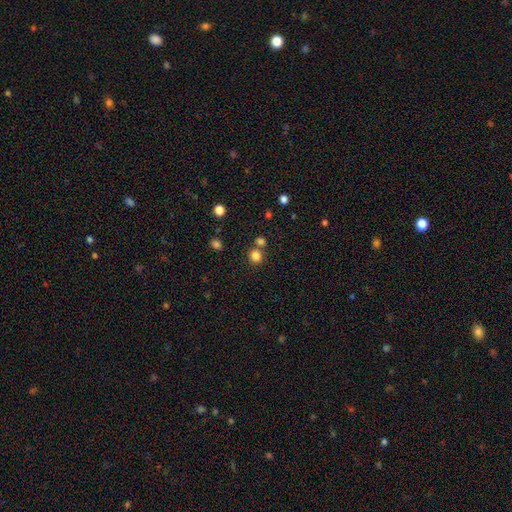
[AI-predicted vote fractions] Morphology: type=smooth (82%); roundness=round (87%); merging=none (69%).